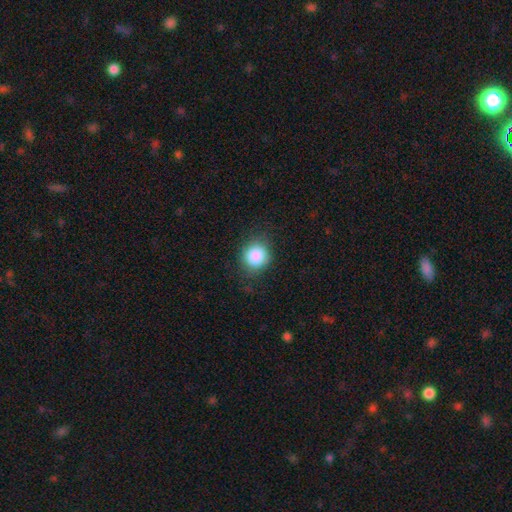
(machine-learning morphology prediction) A smooth galaxy with no disk features (86%) that is round (80%).

Vote fractions:
- Smooth or featured? smooth: 86% / star or artifact: 9% / featured or disk: 5%
- How rounded? round: 80% / in between: 19% / cigar-shaped: 1%
- Merging? none: 78% / minor disturbance: 16% / major disturbance: 5% / merger: 1%